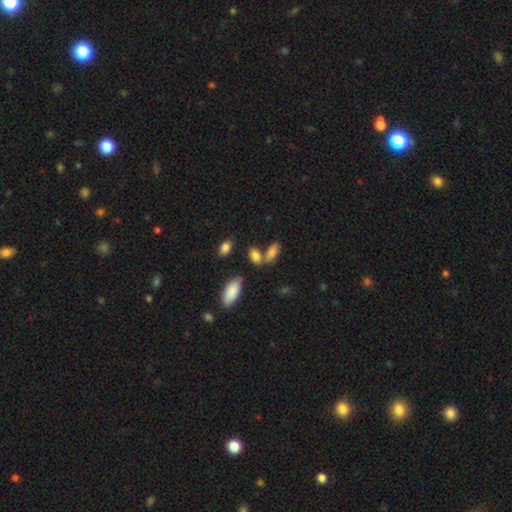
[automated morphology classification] smooth 80%, star or artifact 10%, featured or disk 10%. Down the decision tree: how rounded — in between (85%); merging — none (47%).